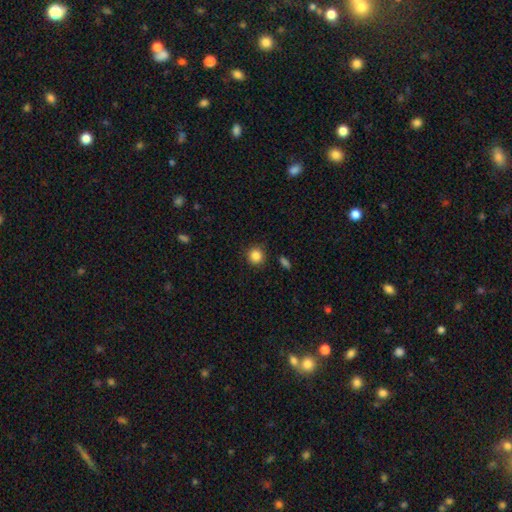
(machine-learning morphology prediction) Smooth or featured? Predicted: smooth (p=0.86). How rounded? Predicted: round (p=0.93). Merging? Predicted: none (p=0.88).